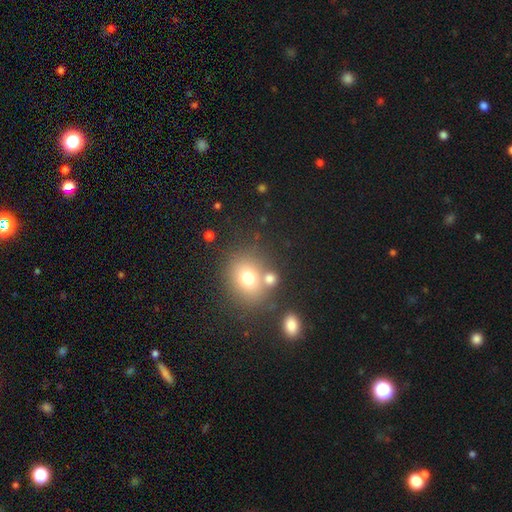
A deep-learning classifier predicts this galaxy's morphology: smooth-or-featured: smooth: 59% | star or artifact: 30% | featured or disk: 11%
  how-rounded: round: 69% | in between: 30% | cigar-shaped: 1%
  merging: none: 71% | merger: 16% | minor disturbance: 10% | major disturbance: 4%